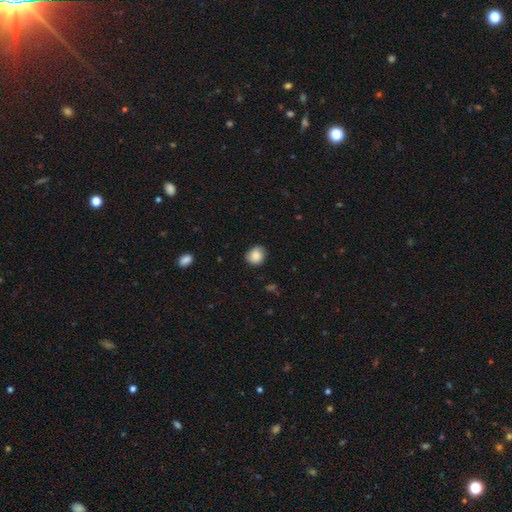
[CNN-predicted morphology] Smooth or featured? Predicted: smooth (p=0.85). How rounded? Predicted: round (p=0.74). Merging? Predicted: none (p=0.78).